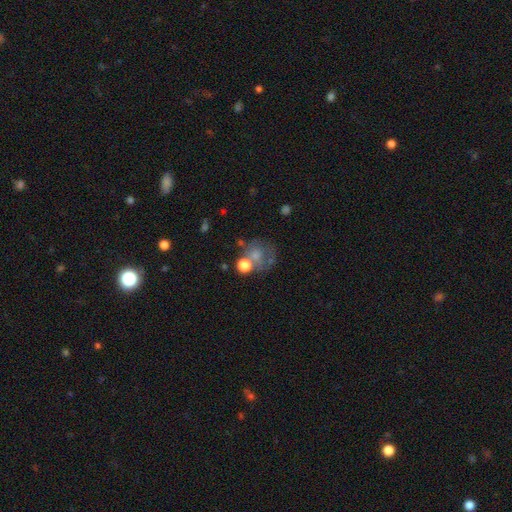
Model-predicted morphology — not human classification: The model was most divided on "merging": none: 40%, merger: 24%, major disturbance: 20%, minor disturbance: 16%. More confident: how rounded — round (76%); smooth or featured — smooth (58%).